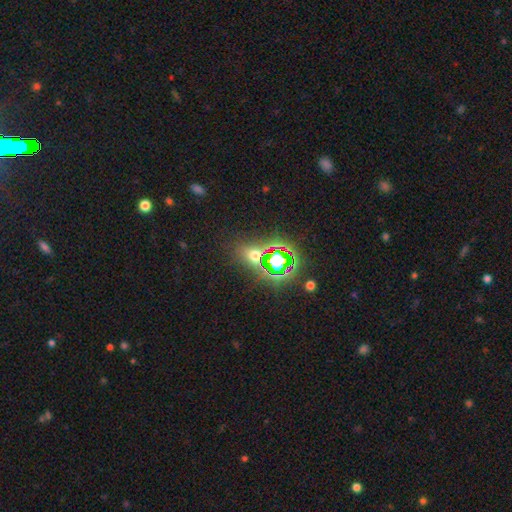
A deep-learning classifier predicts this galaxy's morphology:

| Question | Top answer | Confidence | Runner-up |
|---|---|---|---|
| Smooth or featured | star or artifact | 53% | smooth (37%) |